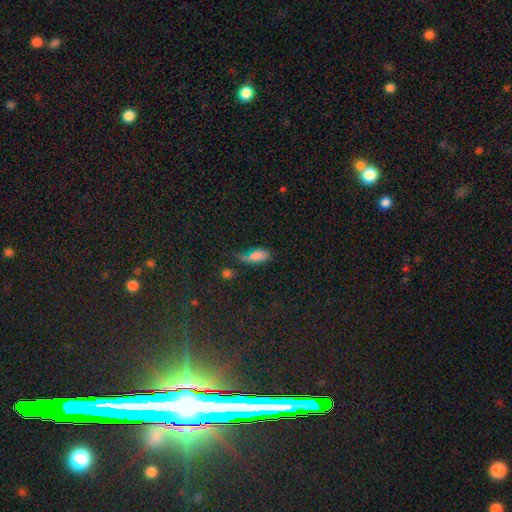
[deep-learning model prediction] Morphology: type=smooth (76%); roundness=in between (78%); merging=none (36%).